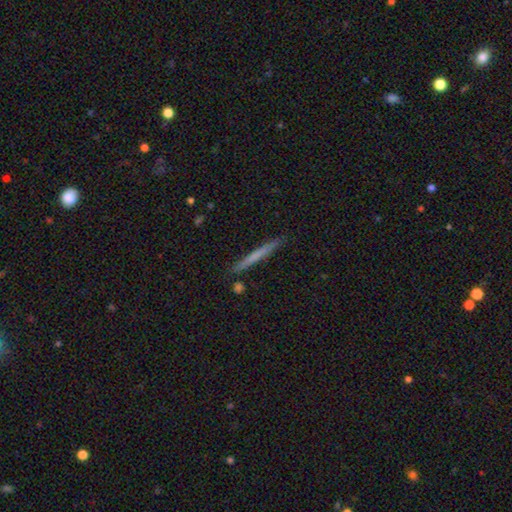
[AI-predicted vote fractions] A smooth galaxy with no disk features (56%) that is cigar-shaped (97%). Merging: none (89%).